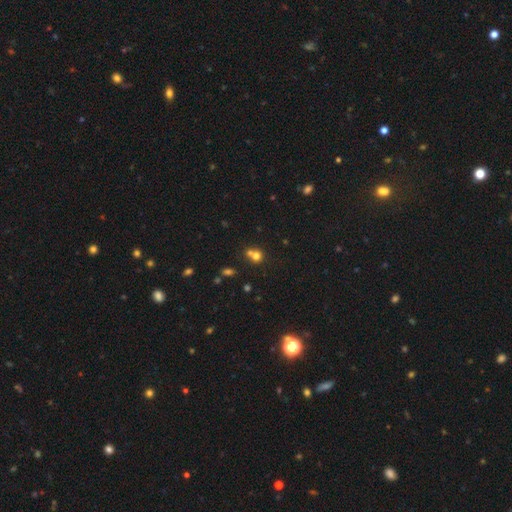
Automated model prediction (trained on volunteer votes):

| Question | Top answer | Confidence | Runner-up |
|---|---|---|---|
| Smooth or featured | smooth | 70% | star or artifact (17%) |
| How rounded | round | 81% | in between (18%) |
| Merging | merger | 49% | none (41%) |